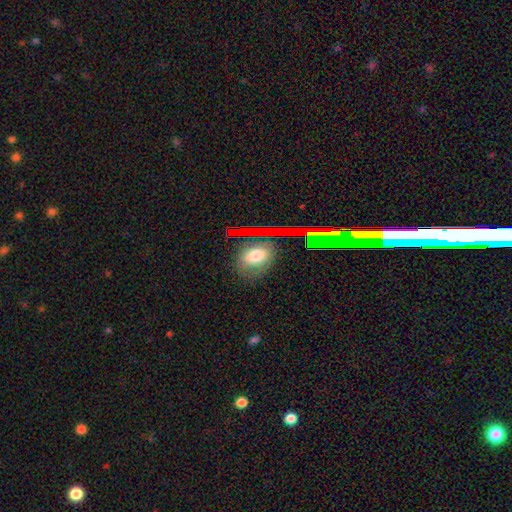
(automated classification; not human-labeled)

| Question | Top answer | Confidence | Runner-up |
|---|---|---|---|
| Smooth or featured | smooth | 68% | star or artifact (17%) |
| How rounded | in between | 70% | round (28%) |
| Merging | none | 74% | minor disturbance (17%) |